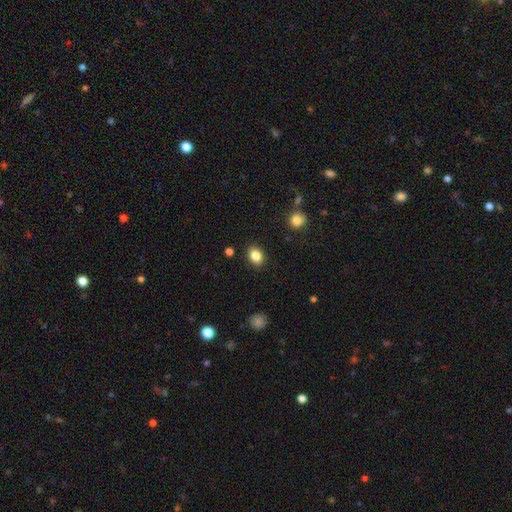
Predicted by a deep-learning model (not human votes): Morphology: type=smooth (84%); roundness=in between (59%); merging=none (88%).